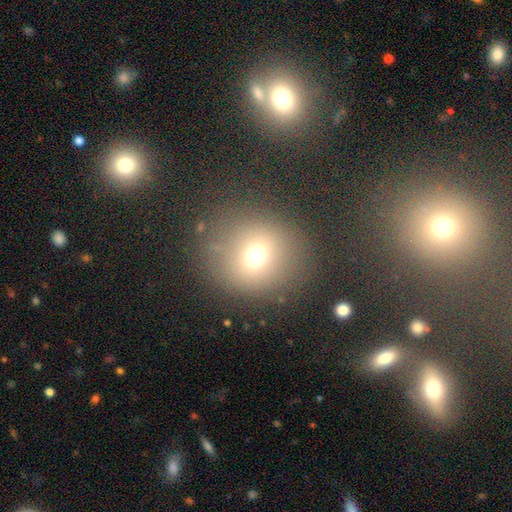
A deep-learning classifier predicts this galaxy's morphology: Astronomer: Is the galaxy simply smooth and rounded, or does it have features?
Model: smooth — 69%.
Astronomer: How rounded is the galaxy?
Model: round — 83%.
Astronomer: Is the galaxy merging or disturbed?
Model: none — 78%.